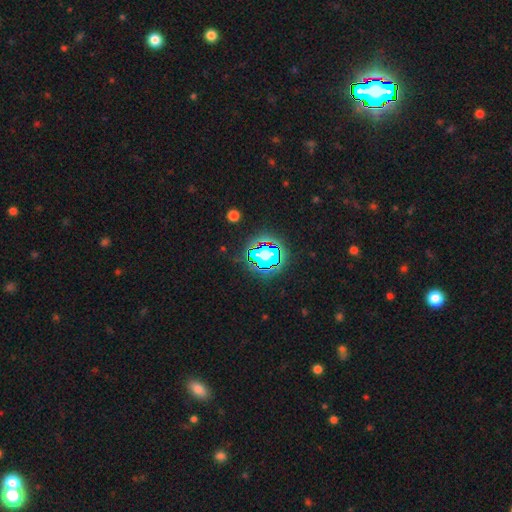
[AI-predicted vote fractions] This appears to be a star or artifact, not a galaxy (81%).